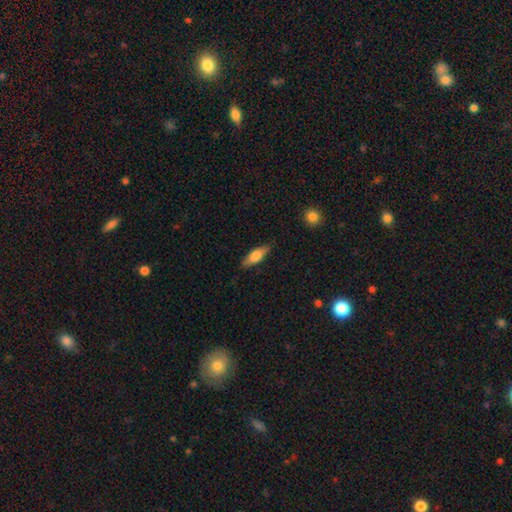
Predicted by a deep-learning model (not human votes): Morphology: type=smooth (58%); roundness=in between (55%); merging=none (84%).